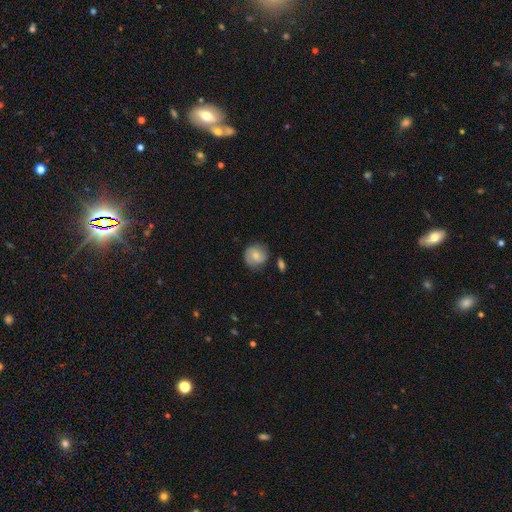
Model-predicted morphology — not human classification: smooth-or-featured: smooth: 62% | featured or disk: 30% | star or artifact: 8%
  how-rounded: round: 85% | in between: 14% | cigar-shaped: 1%
  merging: none: 71% | minor disturbance: 20% | major disturbance: 5% | merger: 4%